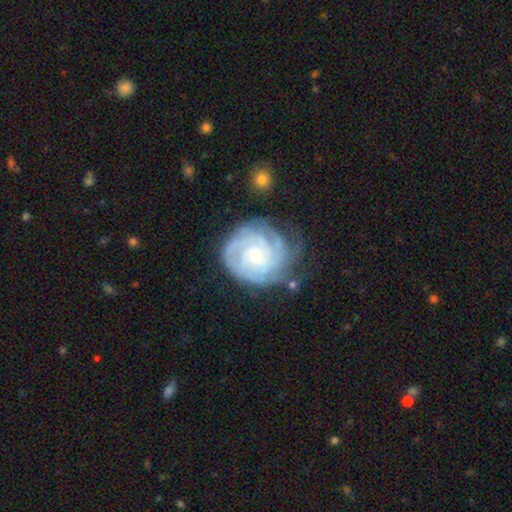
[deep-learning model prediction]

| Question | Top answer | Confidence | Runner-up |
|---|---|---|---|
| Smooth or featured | featured or disk | 83% | smooth (11%) |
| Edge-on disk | no | 98% | yes (2%) |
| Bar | no | 67% | weak (28%) |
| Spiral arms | yes | 95% | no (5%) |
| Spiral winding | tight | 73% | medium (22%) |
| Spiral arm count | can't tell | 35% | 3 (21%) |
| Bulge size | small | 55% | moderate (38%) |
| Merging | none | 64% | minor disturbance (23%) |